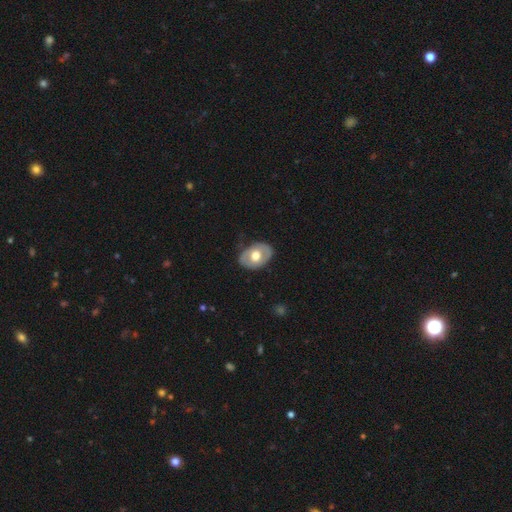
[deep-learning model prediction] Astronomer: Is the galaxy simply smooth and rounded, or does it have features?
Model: featured or disk — 48% (runner-up: smooth, 46%).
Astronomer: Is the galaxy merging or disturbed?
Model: none — 78%.